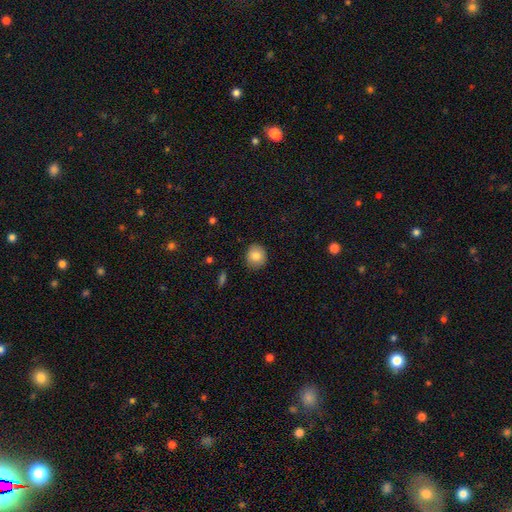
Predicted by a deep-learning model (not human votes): Smooth or featured? Predicted: smooth (p=0.83). How rounded? Predicted: round (p=0.83). Merging? Predicted: none (p=0.87).